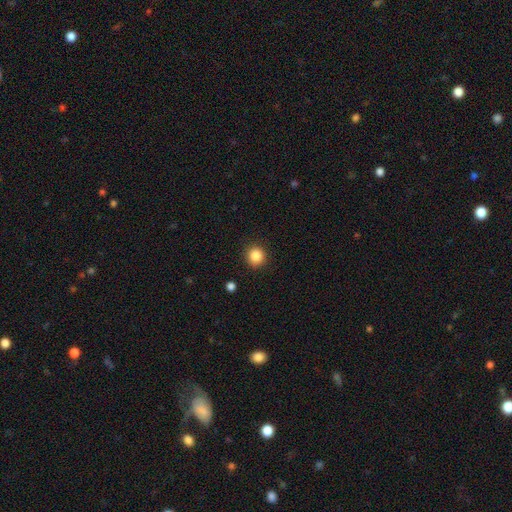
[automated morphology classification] This appears to be a smooth galaxy with no disk features (86%) that is round (92%). Merging: none (91%).